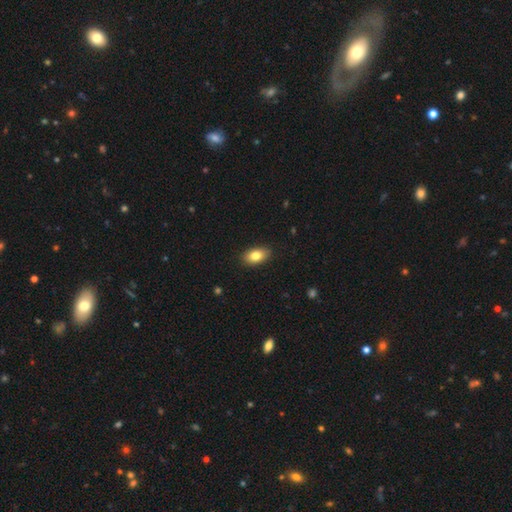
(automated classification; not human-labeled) smooth 81%, featured or disk 11%, star or artifact 8%. Down the decision tree: how rounded — in between (91%); merging — none (88%).